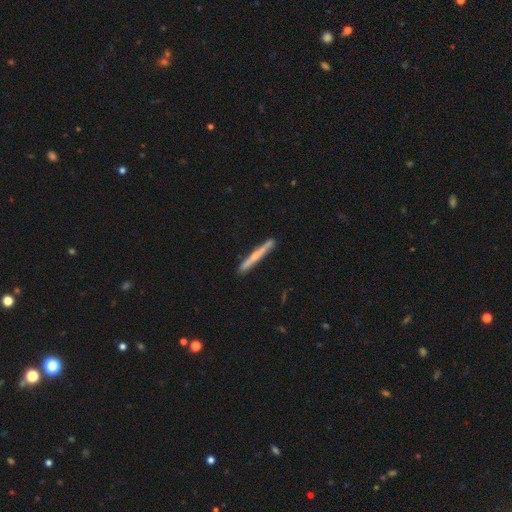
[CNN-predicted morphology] The model was most divided on "smooth or featured" (2-way tie): featured or disk: 47%, smooth: 47%, star or artifact: 6%. More confident: merging — none (88%).